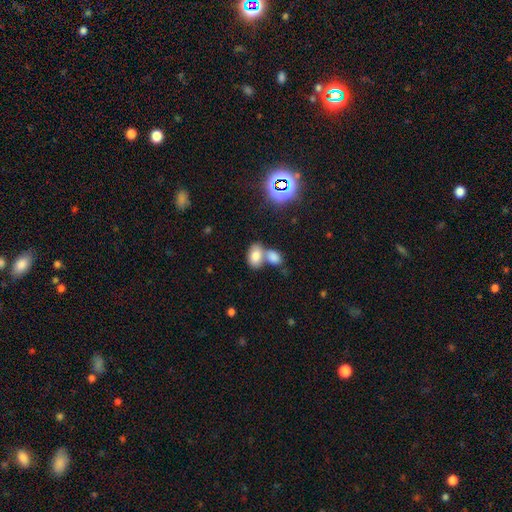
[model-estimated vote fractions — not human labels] A smooth galaxy with no disk features (76%) that is in between round and cigar-shaped (86%).

Vote fractions:
- Smooth or featured? smooth: 76% / featured or disk: 12% / star or artifact: 11%
- How rounded? in between: 86% / round: 12% / cigar-shaped: 1%
- Merging? merger: 53% / none: 34% / minor disturbance: 9% / major disturbance: 4%